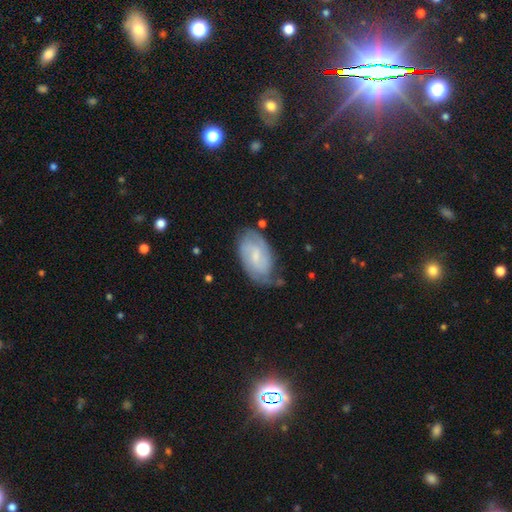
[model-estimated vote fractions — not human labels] Smooth or featured: featured or disk — 66% (smooth — 25%)
Edge-on disk: no — 96% (yes — 4%)
Bar: weak — 52% (no — 37%)
Spiral arms: yes — 92% (no — 8%)
Spiral winding: tight — 55% (medium — 34%)
Spiral arm count: 2 — 50% (can't tell — 31%)
Bulge size: small — 59% (moderate — 26%)
Merging: none — 68% (minor disturbance — 24%)